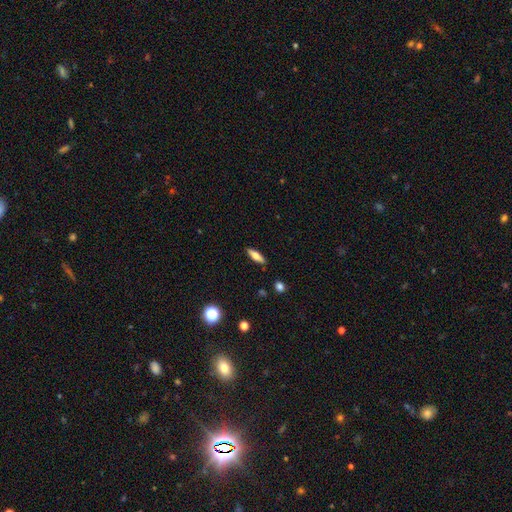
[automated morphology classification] A smooth galaxy with no disk features (62%) that is cigar-shaped (50%).

Vote fractions:
- Smooth or featured? smooth: 62% / featured or disk: 30% / star or artifact: 8%
- How rounded? cigar-shaped: 50% / in between: 47% / round: 3%
- Merging? none: 88% / minor disturbance: 8% / major disturbance: 2% / merger: 1%